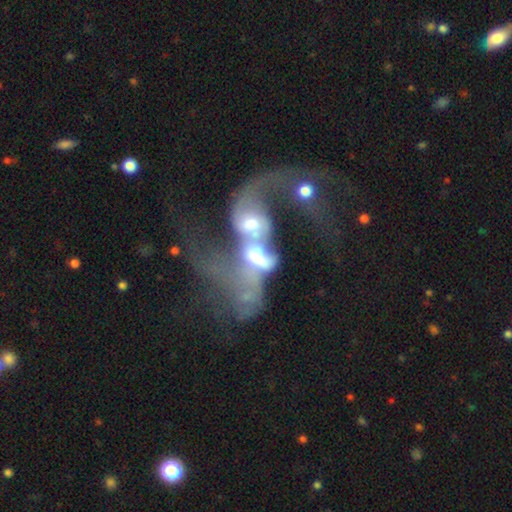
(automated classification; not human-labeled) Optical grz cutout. It shows a featured or disk galaxy (79%) with no bar (59%), 2 (54%) loose (72%) spiral arms (74%) and a moderate central bulge (54%). Merging: merger (80%).